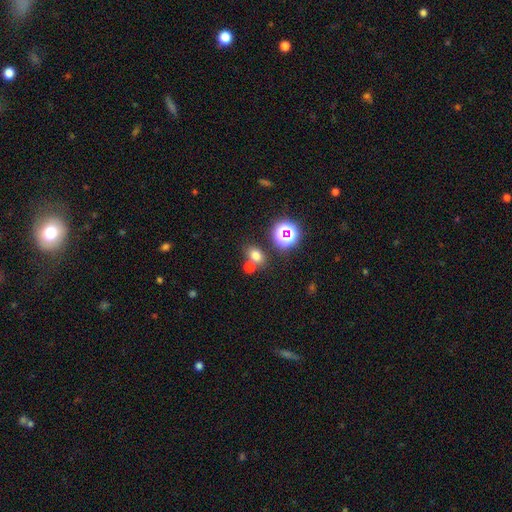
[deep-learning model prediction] Overall: smooth (71%). How rounded: in between (60%; round 39%). Merging: none (59%; merger 27%).